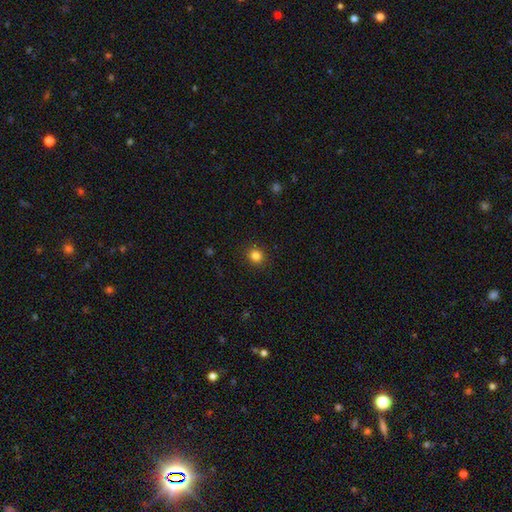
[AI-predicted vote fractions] This is clearly a smooth galaxy (84%). How rounded: clearly round (85%). Merging: clearly none (91%).